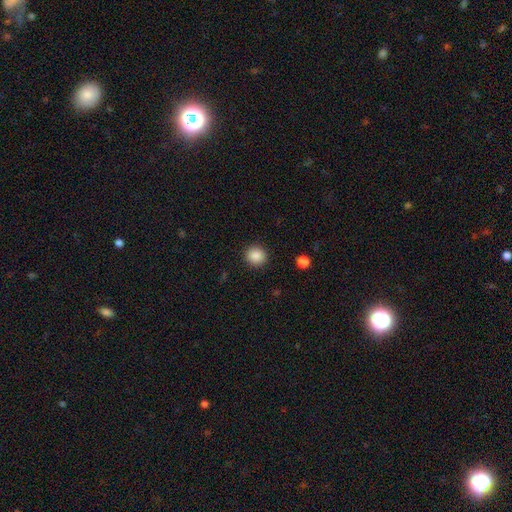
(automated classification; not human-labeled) This is clearly a smooth galaxy (87%). How rounded: clearly round (91%). Merging: clearly none (91%).